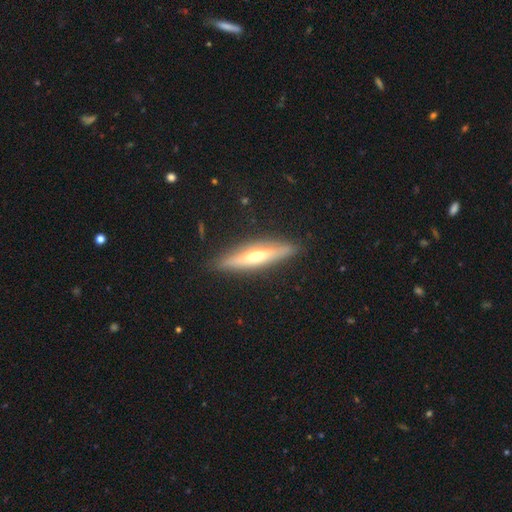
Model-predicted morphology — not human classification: Q: Smooth or featured?
A: featured or disk (60%); runner-up: smooth (34%)
Q: Edge-on disk?
A: yes (89%); runner-up: no (11%)
Q: Edge-on bulge?
A: rounded (84%); runner-up: none (11%)
Q: Merging?
A: none (88%); runner-up: minor disturbance (9%)